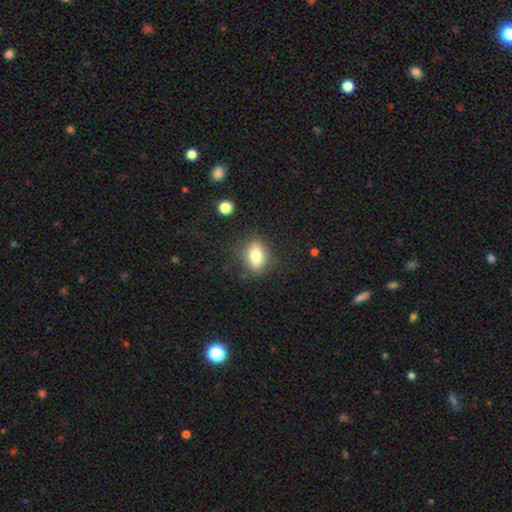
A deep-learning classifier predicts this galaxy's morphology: smooth 79%, featured or disk 12%, star or artifact 9%. Down the decision tree: how rounded — in between (78%); merging — none (82%).